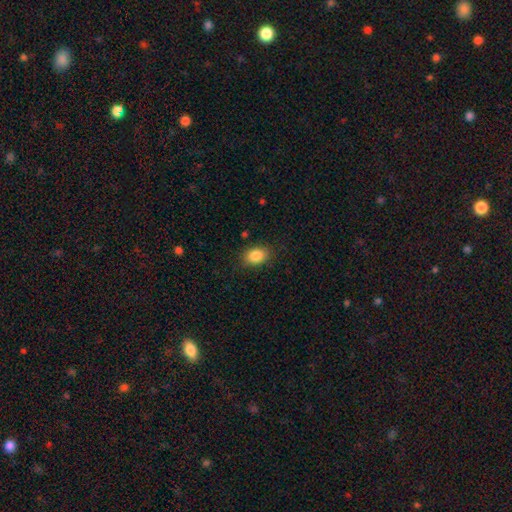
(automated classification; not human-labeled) Q: Smooth or featured?
A: smooth (86%); runner-up: star or artifact (9%)
Q: How rounded?
A: in between (73%); runner-up: round (26%)
Q: Merging?
A: none (85%); runner-up: minor disturbance (11%)